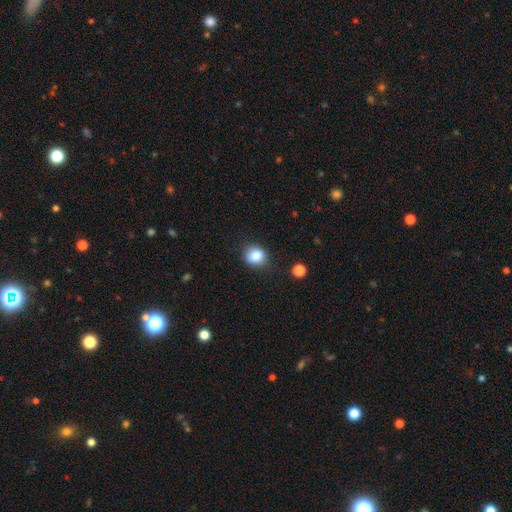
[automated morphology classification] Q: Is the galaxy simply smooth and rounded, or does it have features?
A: smooth — 84%.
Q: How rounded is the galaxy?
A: round — 68%.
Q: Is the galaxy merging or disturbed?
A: none — 82%.